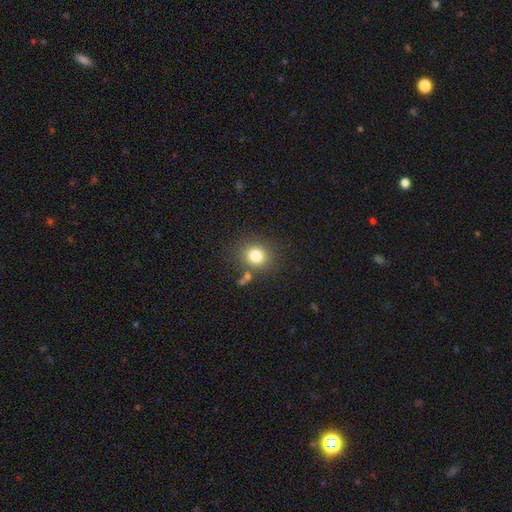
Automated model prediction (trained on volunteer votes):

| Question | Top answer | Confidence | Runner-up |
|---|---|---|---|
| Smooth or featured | smooth | 80% | star or artifact (13%) |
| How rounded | round | 78% | in between (21%) |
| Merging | none | 78% | minor disturbance (11%) |